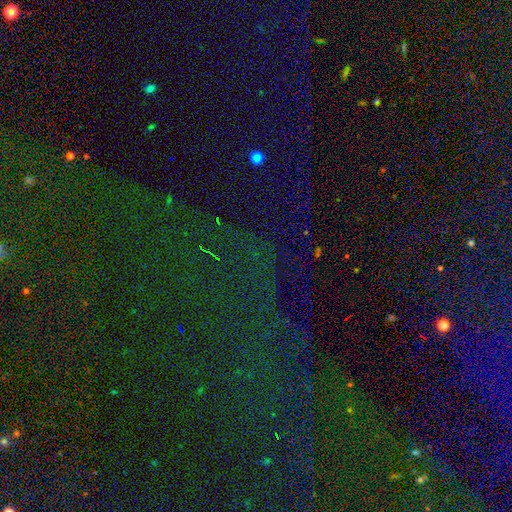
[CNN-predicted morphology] type=star or artifact (81%).